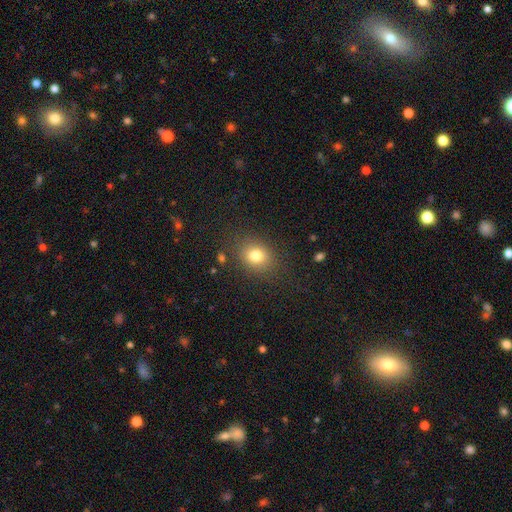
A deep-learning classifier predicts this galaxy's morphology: Overall: smooth (80%). How rounded: round (53%; in between 46%). Merging: none (83%).